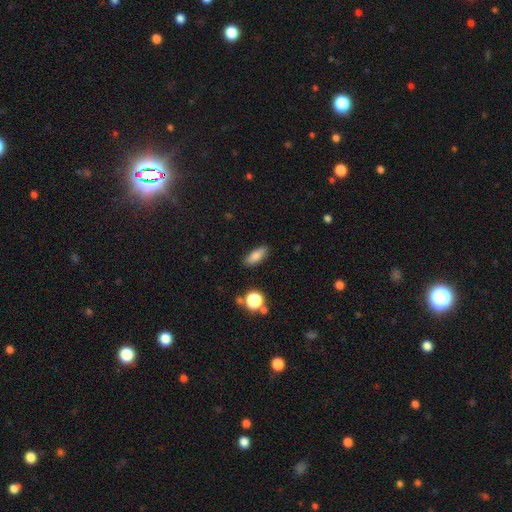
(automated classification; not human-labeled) The model was most divided on "how rounded": in between: 70%, cigar-shaped: 25%, round: 5%. More confident: merging — none (86%); smooth or featured — smooth (82%).